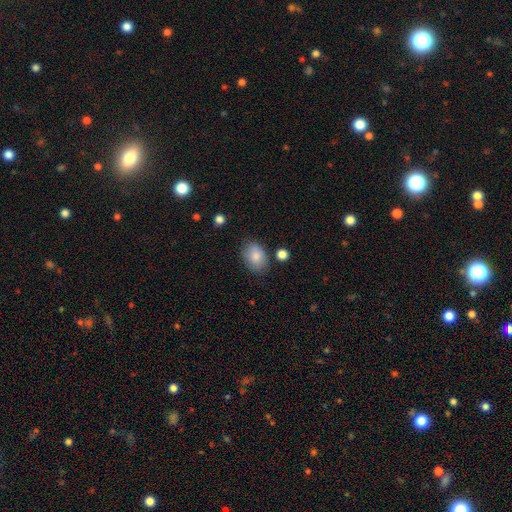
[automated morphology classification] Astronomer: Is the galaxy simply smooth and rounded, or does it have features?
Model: smooth — 82%.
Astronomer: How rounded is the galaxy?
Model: in between — 81%.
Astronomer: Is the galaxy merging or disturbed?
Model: none — 75%.